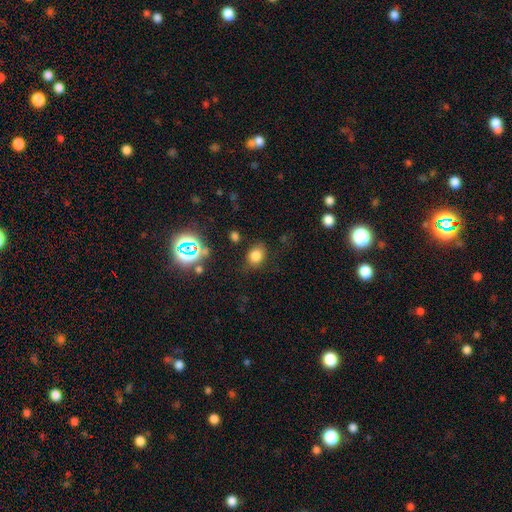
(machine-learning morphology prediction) Smooth or featured?
  - smooth: 75% *
  - star or artifact: 17%
  - featured or disk: 7%
How rounded?
  - in between: 52% *
  - round: 47%
  - cigar-shaped: 1%
Merging?
  - none: 76% *
  - minor disturbance: 16%
  - major disturbance: 6%
  - merger: 3%